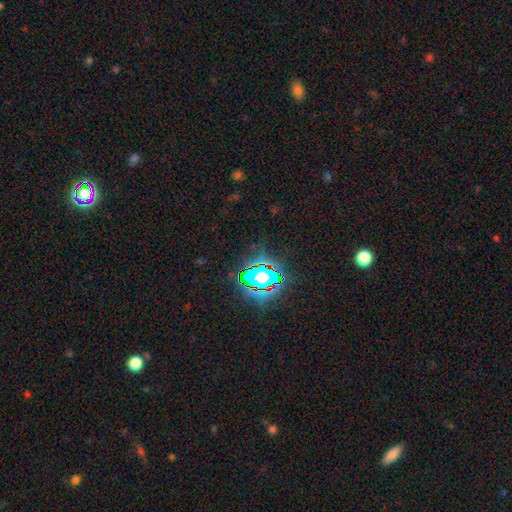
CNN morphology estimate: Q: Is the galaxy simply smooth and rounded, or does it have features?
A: star or artifact — 82%.